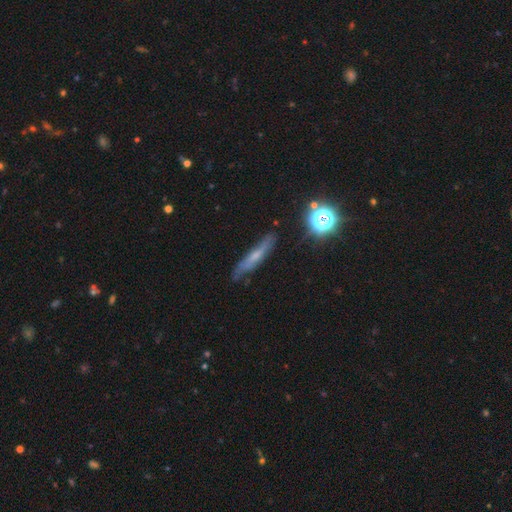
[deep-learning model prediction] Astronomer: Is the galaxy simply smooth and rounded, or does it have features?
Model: featured or disk — 46% (runner-up: smooth, 40%).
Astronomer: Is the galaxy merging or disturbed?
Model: none — 71%.